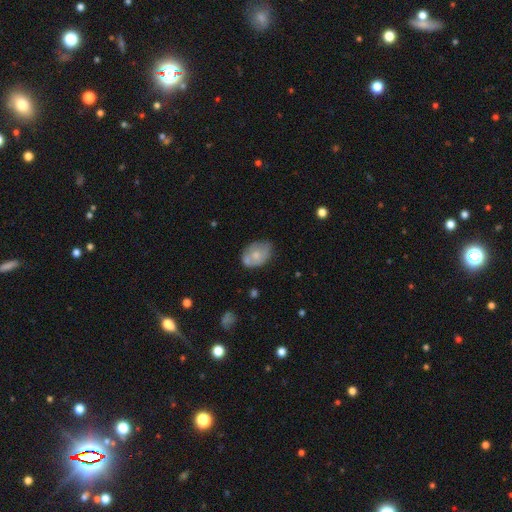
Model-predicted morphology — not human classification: The model was most divided on "merging": none: 48%, minor disturbance: 32%, merger: 12%, major disturbance: 9%. More confident: how rounded — in between (77%); smooth or featured — smooth (62%).